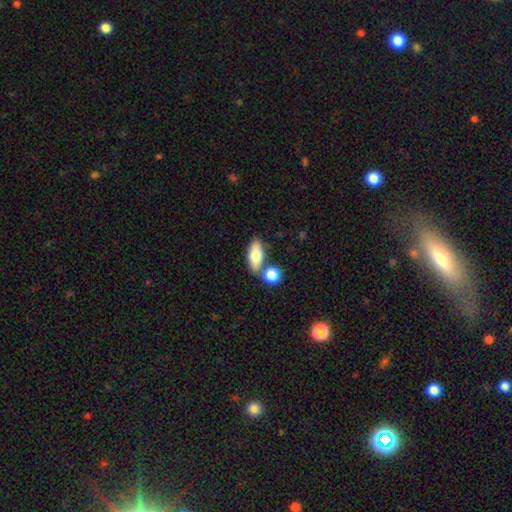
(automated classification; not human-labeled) Smooth or featured: smooth — 79% (featured or disk — 15%)
How rounded: in between — 84% (cigar-shaped — 11%)
Merging: none — 61% (merger — 23%)